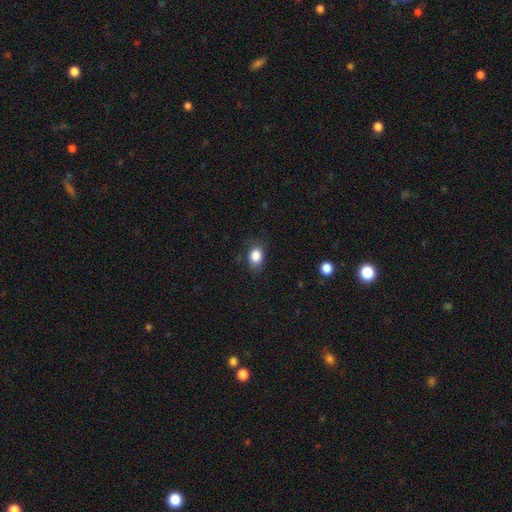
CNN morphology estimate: Smooth or featured? smooth (85%)
How rounded? in between (58%)
Merging? none (78%)